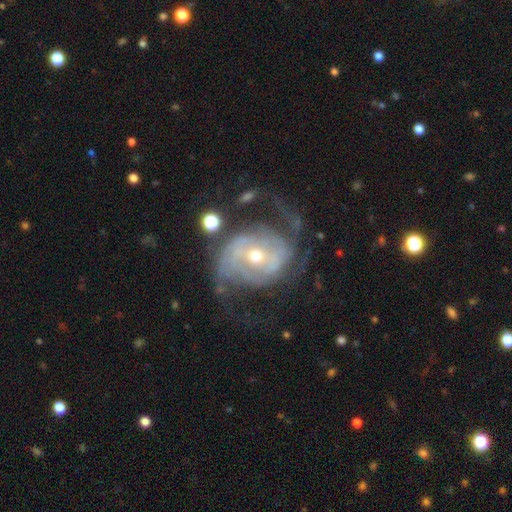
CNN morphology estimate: Smooth or featured?
  - featured or disk: 87% *
  - smooth: 7%
  - star or artifact: 6%
Edge-on disk?
  - no: 97% *
  - yes: 3%
Bar?
  - no: 41% *
  - weak: 36%
  - strong: 23%
Spiral arms?
  - yes: 93% *
  - no: 7%
Spiral winding?
  - medium: 44% *
  - tight: 31%
  - loose: 25%
Spiral arm count?
  - 2: 63% *
  - can't tell: 15%
  - 3: 11%
  - 4: 4%
  - 1: 4%
  - more than 4: 3%
Bulge size?
  - small: 55% *
  - moderate: 41%
  - large: 2%
  - dominant: 1%
  - none: 1%
Merging?
  - none: 55% *
  - major disturbance: 24%
  - minor disturbance: 18%
  - merger: 3%